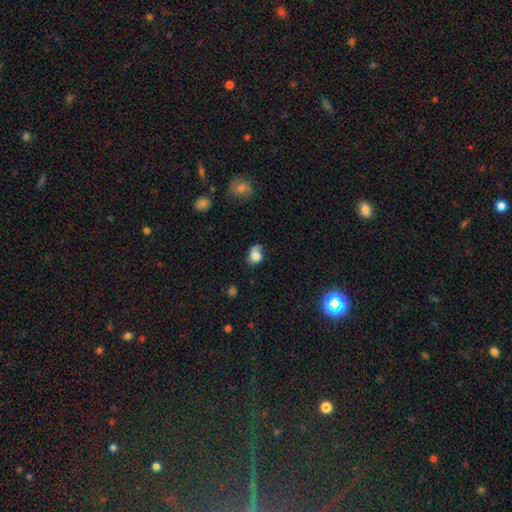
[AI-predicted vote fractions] smooth-or-featured: smooth: 65% | featured or disk: 25% | star or artifact: 10%
  how-rounded: in between: 57% | round: 42% | cigar-shaped: 1%
  merging: none: 39% | minor disturbance: 30% | major disturbance: 26% | merger: 5%